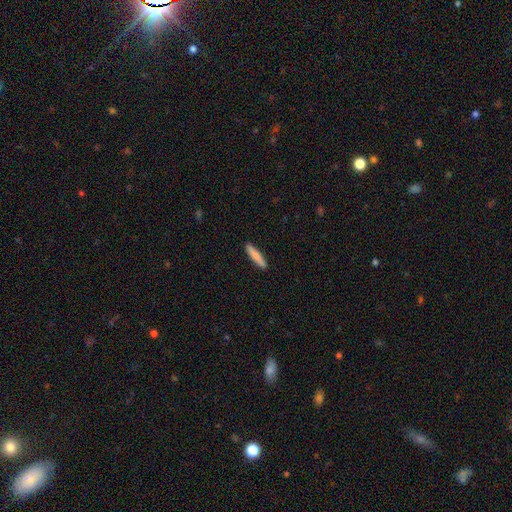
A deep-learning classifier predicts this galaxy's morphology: Overall: smooth (84%). How rounded: cigar-shaped (91%). Merging: none (91%).